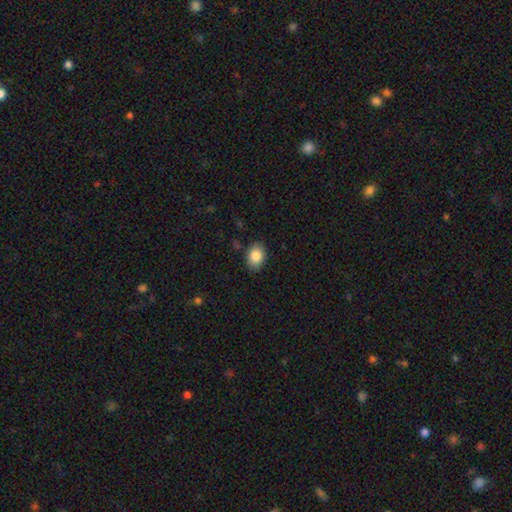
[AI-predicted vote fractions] A smooth galaxy with no disk features (86%) that is in between round and cigar-shaped (76%).

Vote fractions:
- Smooth or featured? smooth: 86% / star or artifact: 8% / featured or disk: 6%
- How rounded? in between: 76% / round: 23% / cigar-shaped: 1%
- Merging? none: 84% / minor disturbance: 12% / major disturbance: 3% / merger: 1%